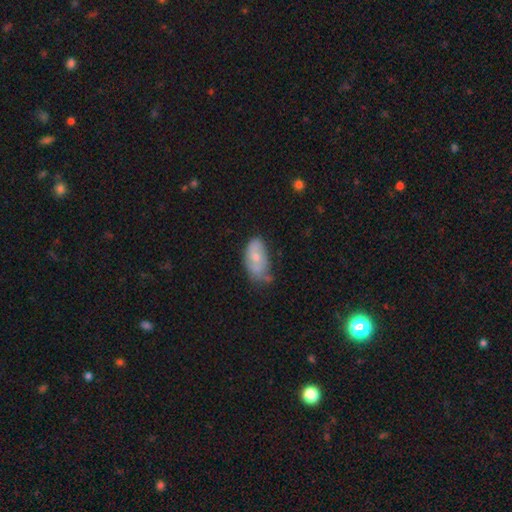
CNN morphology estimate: This appears to be a smooth galaxy with no disk features (60%) that is in between round and cigar-shaped (92%). Merging: minor disturbance (40%).